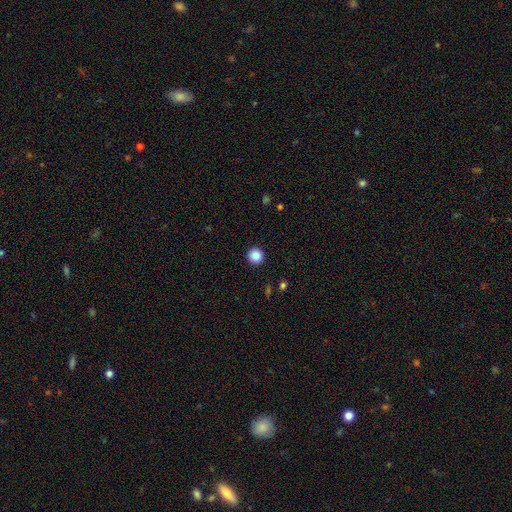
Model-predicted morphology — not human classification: type=smooth (87%); roundness=round (95%); merging=none (93%).